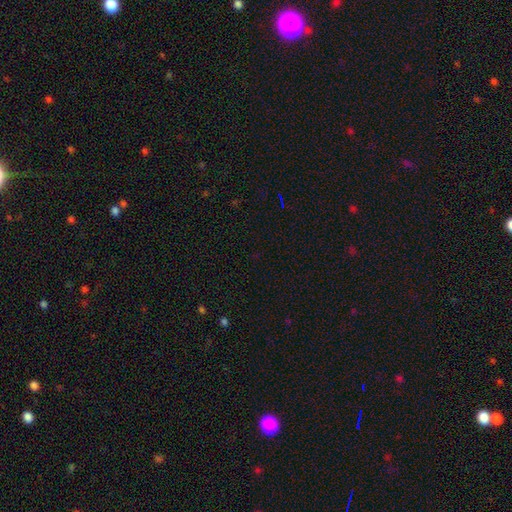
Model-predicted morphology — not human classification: The model was most divided on "smooth or featured": star or artifact: 69%, smooth: 24%, featured or disk: 7%.